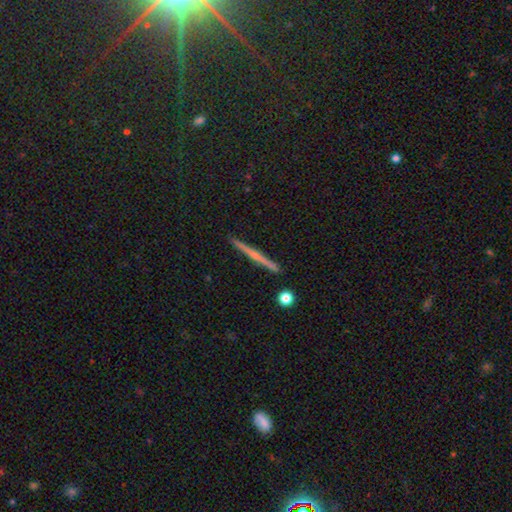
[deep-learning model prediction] smooth-or-featured: featured or disk: 67% | smooth: 24% | star or artifact: 8%
  disk-edge-on: yes: 98% | no: 2%
    edge-on-bulge: rounded: 61% | none: 32% | boxy: 7%
  merging: none: 92% | minor disturbance: 5% | merger: 2% | major disturbance: 1%